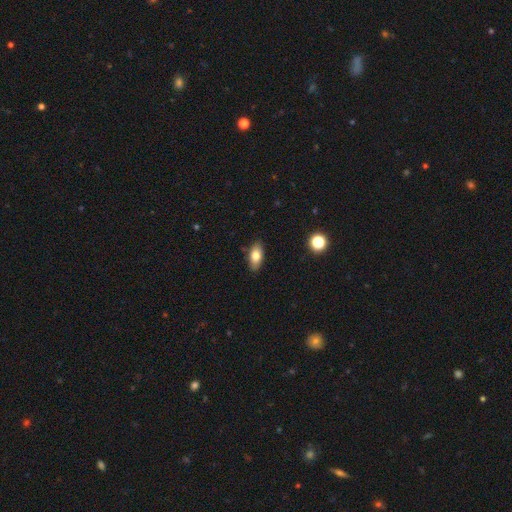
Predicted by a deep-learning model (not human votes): This is likely a smooth galaxy (79%). How rounded: clearly in between (88%). Merging: clearly none (86%).